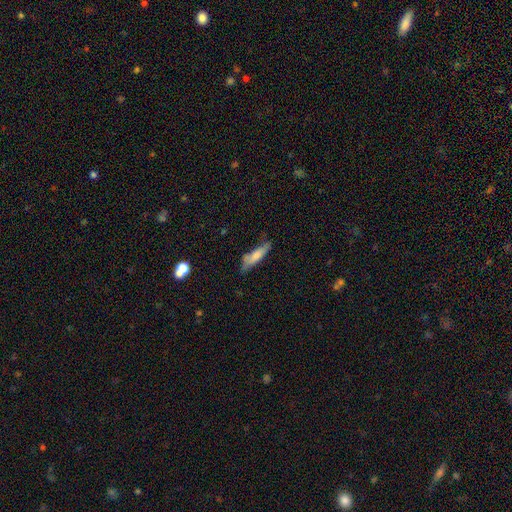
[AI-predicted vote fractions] This is likely a smooth galaxy (70%). How rounded: likely cigar-shaped (73%). Merging: likely none (61%).